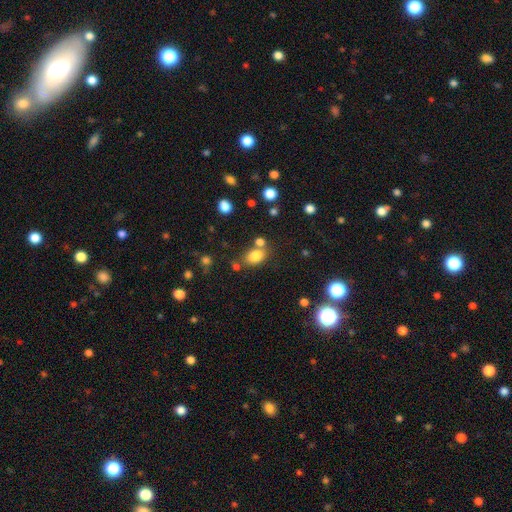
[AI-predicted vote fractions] This appears to be a smooth galaxy with no disk features (80%) that is in between round and cigar-shaped (72%). Merging: none (65%).